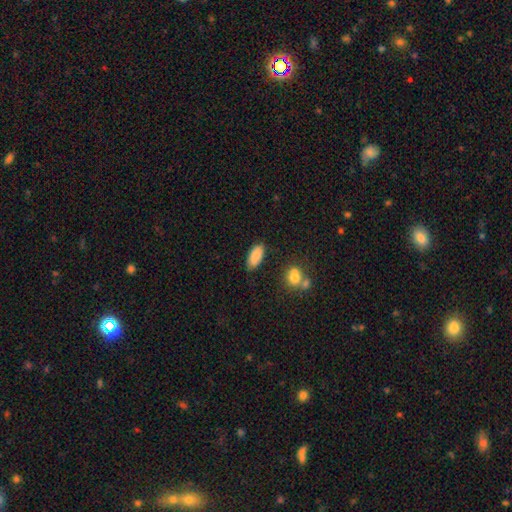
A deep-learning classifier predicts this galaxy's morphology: The model was most divided on "merging": none: 83%, minor disturbance: 12%, major disturbance: 3%, merger: 2%. More confident: how rounded — in between (87%); smooth or featured — smooth (87%).